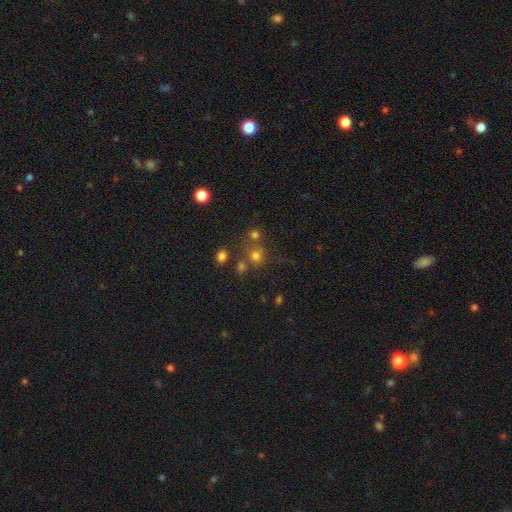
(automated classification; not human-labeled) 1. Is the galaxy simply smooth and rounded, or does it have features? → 68% smooth, 23% star or artifact, 9% featured or disk.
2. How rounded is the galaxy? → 87% round, 12% in between, 1% cigar-shaped.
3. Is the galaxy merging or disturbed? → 64% none, 22% merger, 9% minor disturbance, 5% major disturbance.